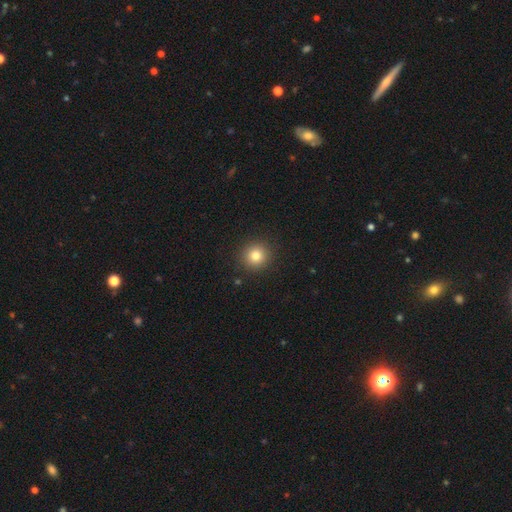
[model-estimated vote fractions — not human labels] Smooth or featured: smooth — 81% (star or artifact — 12%)
How rounded: round — 92% (in between — 7%)
Merging: none — 91% (minor disturbance — 6%)